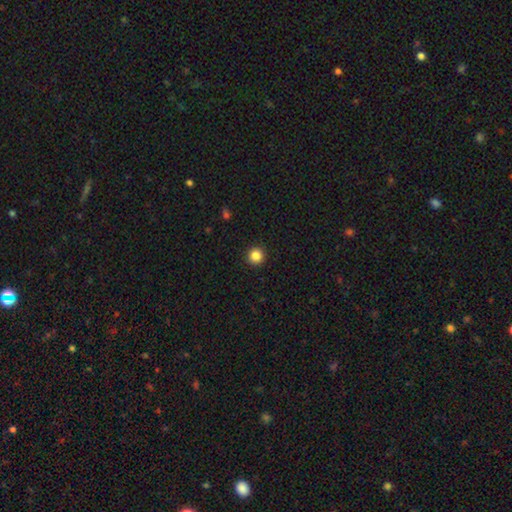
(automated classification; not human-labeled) Morphology: type=smooth (85%); roundness=round (96%); merging=none (94%).